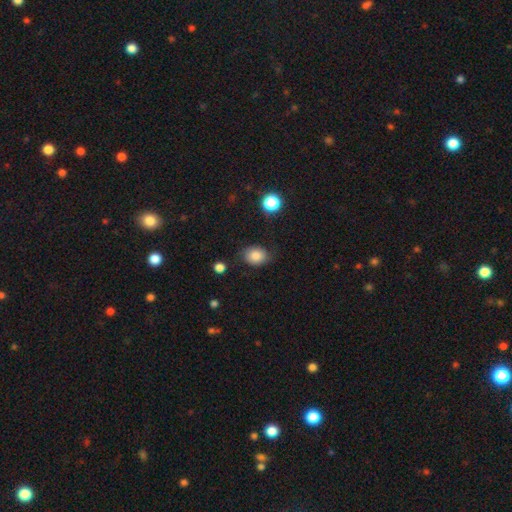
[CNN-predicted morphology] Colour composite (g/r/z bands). It shows a smooth galaxy with no disk features (83%) that is in between round and cigar-shaped (54%). Merging: none (76%).